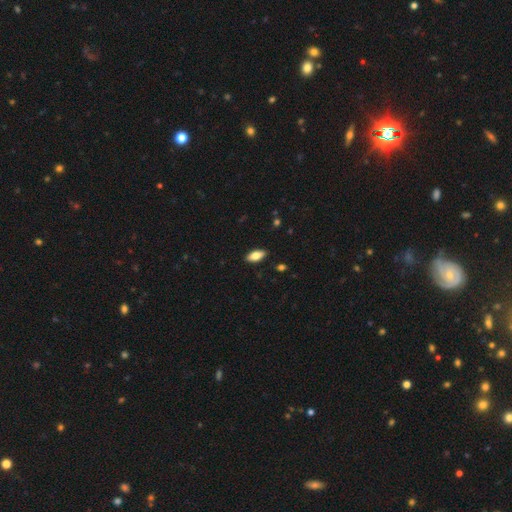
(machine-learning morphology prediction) Smooth or featured? Predicted: smooth (p=0.78). How rounded? Predicted: in between (p=0.86). Merging? Predicted: none (p=0.89).